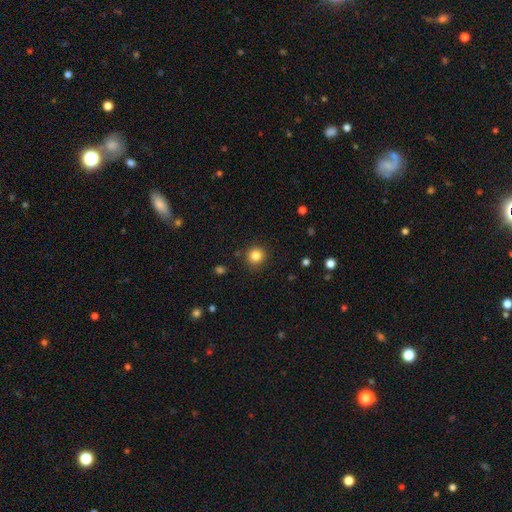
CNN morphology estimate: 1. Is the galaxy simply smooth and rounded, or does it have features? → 84% smooth, 11% star or artifact, 5% featured or disk.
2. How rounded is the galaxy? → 93% round, 6% in between, 1% cigar-shaped.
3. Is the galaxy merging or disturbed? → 89% none, 7% minor disturbance, 2% major disturbance, 2% merger.